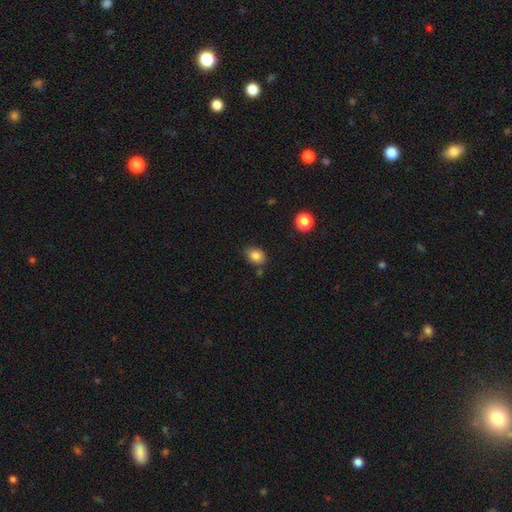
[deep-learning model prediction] A smooth galaxy with no disk features (85%) that is in between round and cigar-shaped (60%). Merging: none (75%).